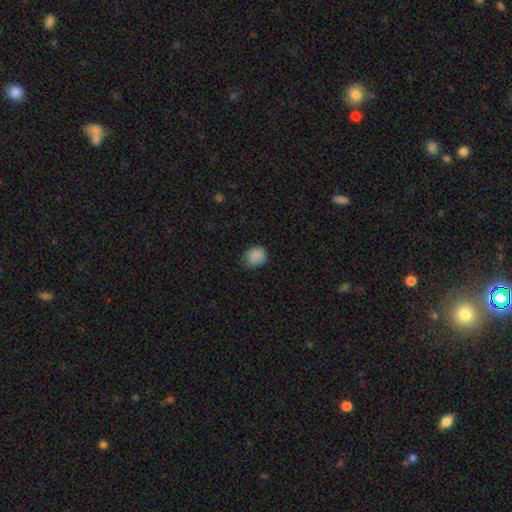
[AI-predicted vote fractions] Overall: smooth (87%). How rounded: round (63%; in between 36%). Merging: none (73%).